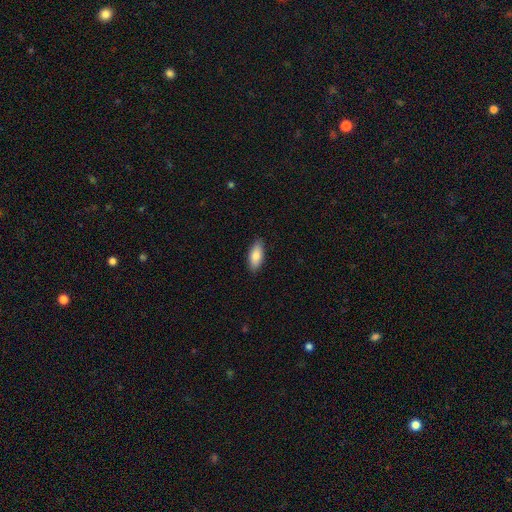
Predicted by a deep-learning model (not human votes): Q: Smooth or featured?
A: smooth (83%); runner-up: featured or disk (11%)
Q: How rounded?
A: in between (81%); runner-up: cigar-shaped (17%)
Q: Merging?
A: none (88%); runner-up: minor disturbance (10%)